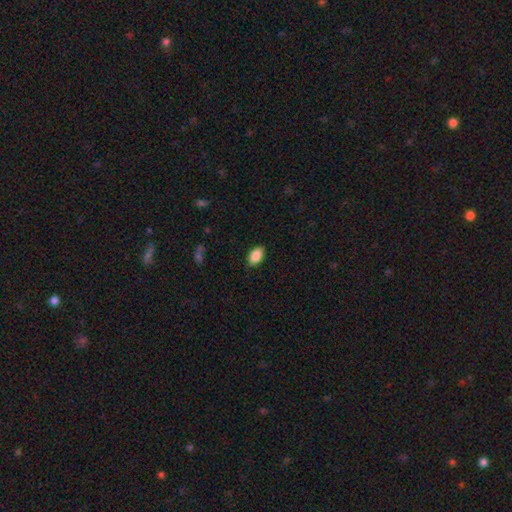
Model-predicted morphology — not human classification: Overall: smooth (88%). How rounded: in between (92%). Merging: none (86%).